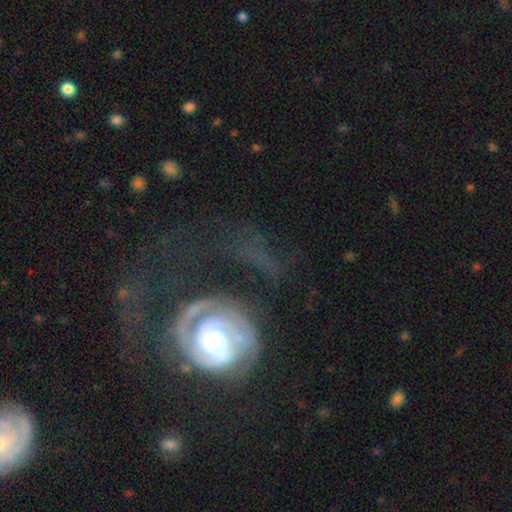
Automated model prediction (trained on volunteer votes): Smooth or featured? featured or disk (82%)
Edge-on disk? no (97%)
Bar? no (58%)
Spiral arms? yes (90%)
Spiral winding? tight (66%)
Spiral arm count? 2 (45%)
Bulge size? moderate (66%)
Merging? none (41%)